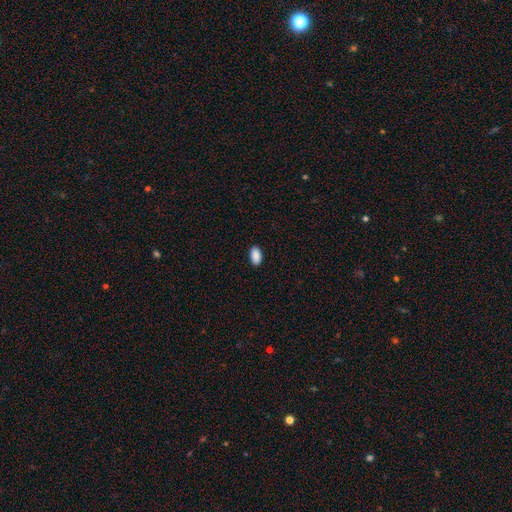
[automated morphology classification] smooth_or_featured: smooth (p=0.90) [alt: star or artifact p=0.07]
how_rounded: in between (p=0.94) [alt: round p=0.04]
merging: none (p=0.90) [alt: minor disturbance p=0.08]